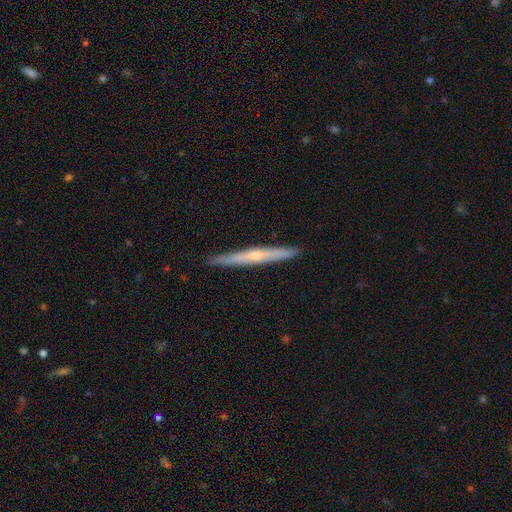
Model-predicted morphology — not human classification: type=featured or disk (61%); edge-on=yes (96%); edge-on bulge=rounded (58%); merging=none (91%).